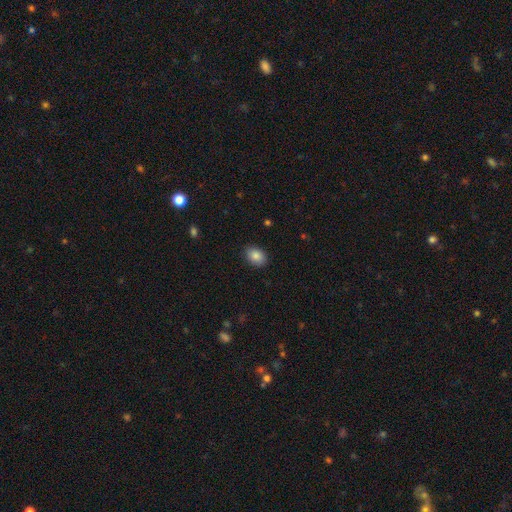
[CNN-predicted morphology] Smooth or featured? smooth (86%)
How rounded? in between (75%)
Merging? none (88%)